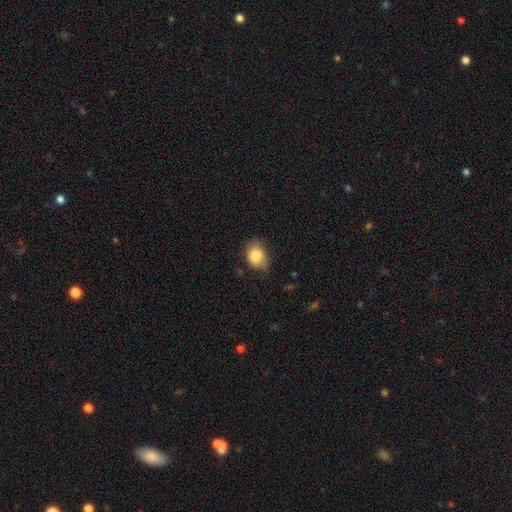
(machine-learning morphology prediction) A smooth galaxy with no disk features (83%) that is in between round and cigar-shaped (65%). Merging: none (64%).